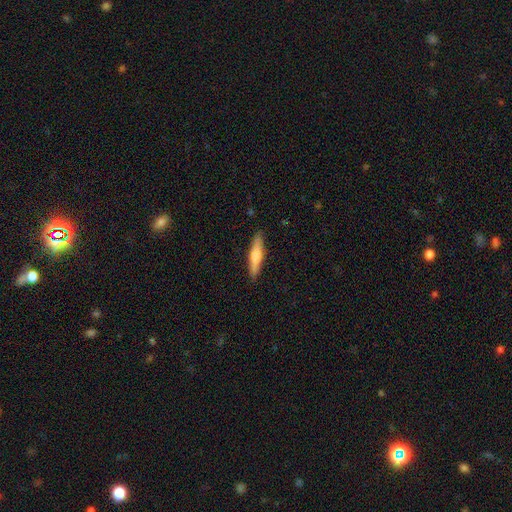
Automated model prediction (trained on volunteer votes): A smooth galaxy with no disk features (48%). Merging: none (90%).